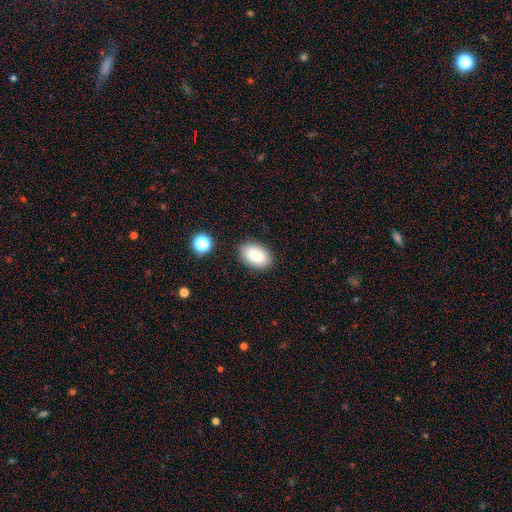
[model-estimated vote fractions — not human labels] Smooth or featured: smooth — 86% (star or artifact — 8%)
How rounded: in between — 92% (round — 7%)
Merging: none — 86% (minor disturbance — 10%)